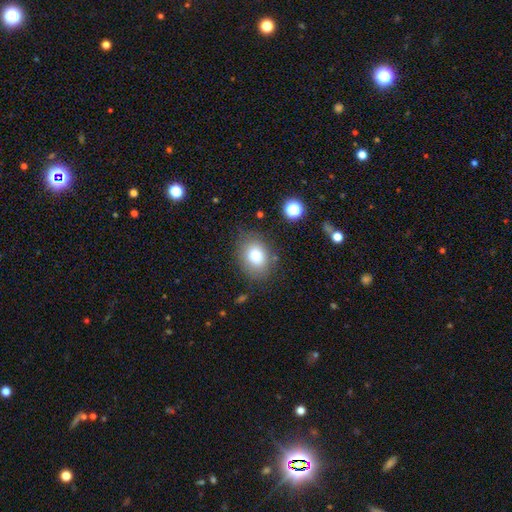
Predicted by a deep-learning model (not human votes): Morphology: type=smooth (81%); roundness=in between (66%); merging=none (76%).